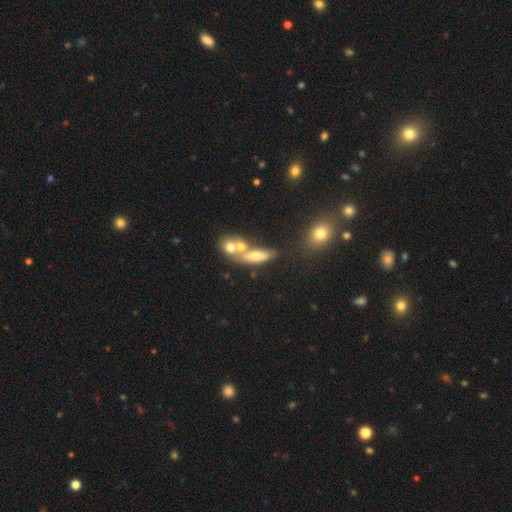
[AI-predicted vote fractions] The model was most divided on "merging": merger: 46%, none: 35%, minor disturbance: 12%, major disturbance: 7%. More confident: smooth or featured — smooth (59%); how rounded — in between (54%).